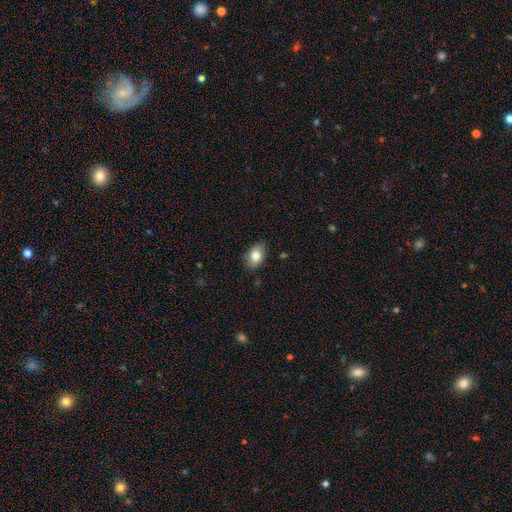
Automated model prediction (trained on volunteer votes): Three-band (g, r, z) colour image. It shows a smooth galaxy with no disk features (81%) that is in between round and cigar-shaped (83%). Merging: none (80%).